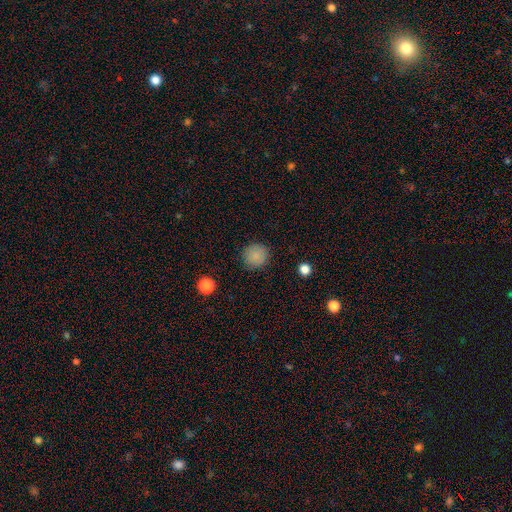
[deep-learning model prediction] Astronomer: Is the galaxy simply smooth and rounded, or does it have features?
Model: smooth — 86%.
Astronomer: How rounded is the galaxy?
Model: round — 93%.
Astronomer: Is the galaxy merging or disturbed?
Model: none — 89%.